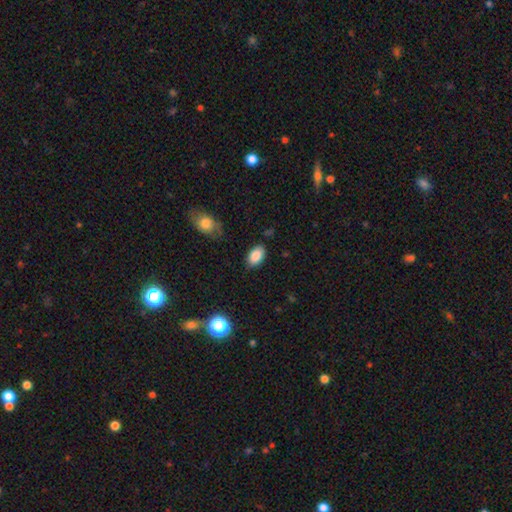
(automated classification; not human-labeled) A smooth galaxy with no disk features (87%) that is in between round and cigar-shaped (92%).

Vote fractions:
- Smooth or featured? smooth: 87% / star or artifact: 8% / featured or disk: 6%
- How rounded? in between: 92% / round: 7% / cigar-shaped: 1%
- Merging? none: 84% / minor disturbance: 12% / major disturbance: 3% / merger: 2%